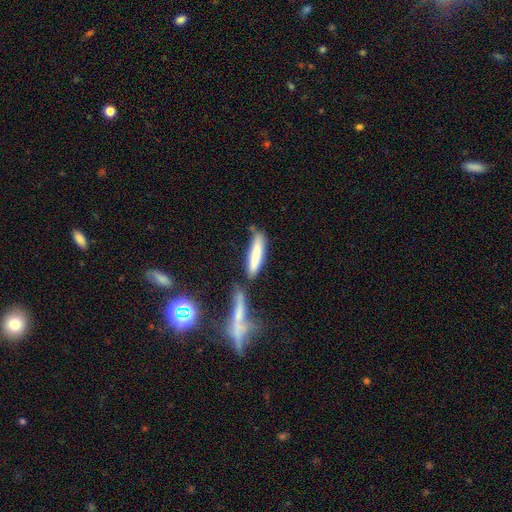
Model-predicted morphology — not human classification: This is likely a smooth galaxy (78%). How rounded: clearly cigar-shaped (84%). Merging: likely none (61%).